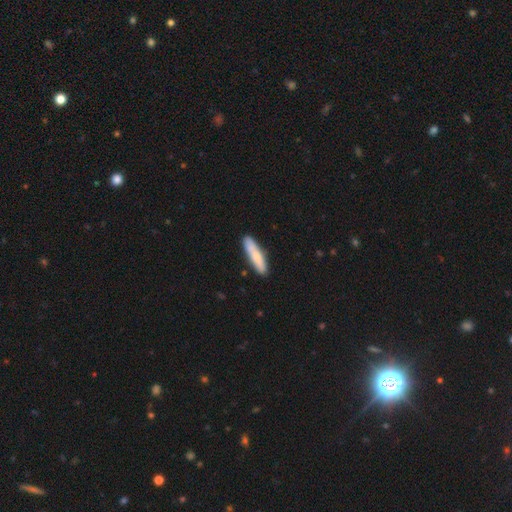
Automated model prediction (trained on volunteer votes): Smooth or featured?
  - smooth: 75% *
  - featured or disk: 20%
  - star or artifact: 5%
How rounded?
  - cigar-shaped: 81% *
  - in between: 17%
  - round: 2%
Merging?
  - none: 85% *
  - minor disturbance: 11%
  - merger: 2%
  - major disturbance: 2%